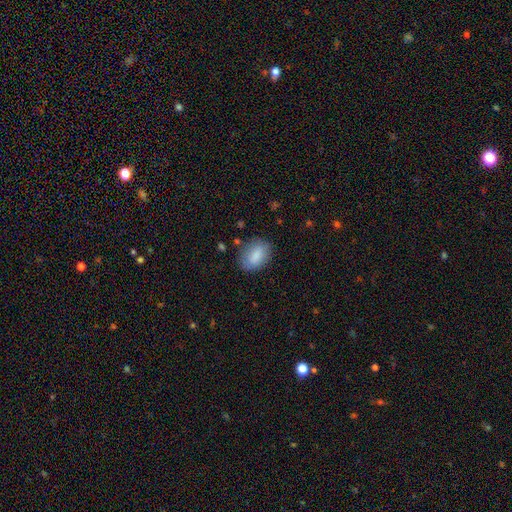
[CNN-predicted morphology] Q: Smooth or featured?
A: smooth (83%); runner-up: featured or disk (10%)
Q: How rounded?
A: in between (84%); runner-up: round (14%)
Q: Merging?
A: none (76%); runner-up: minor disturbance (17%)